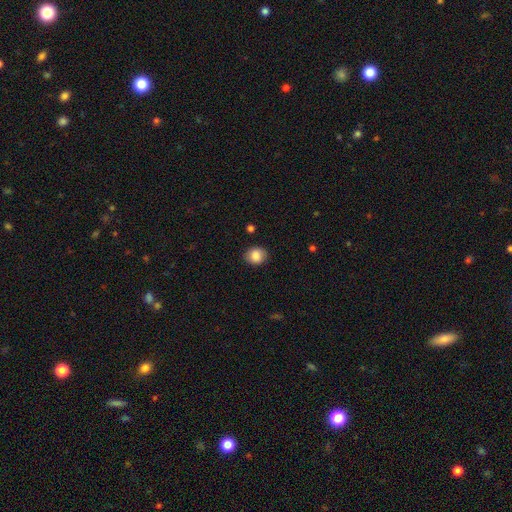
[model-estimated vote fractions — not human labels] This is clearly a smooth galaxy (85%). How rounded: likely round (67%). Merging: clearly none (84%).